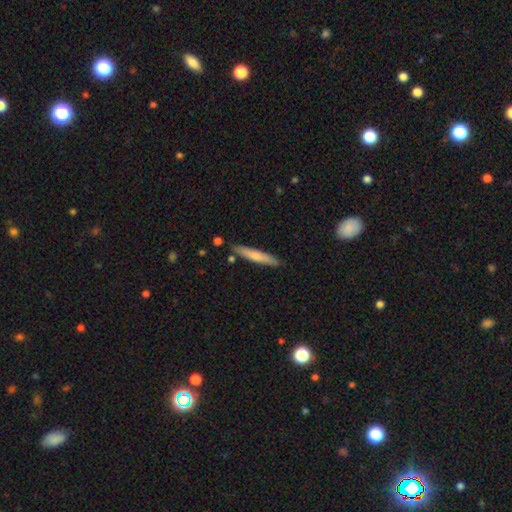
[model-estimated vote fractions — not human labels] This is likely a smooth galaxy (67%). How rounded: clearly cigar-shaped (93%). Merging: clearly none (85%).